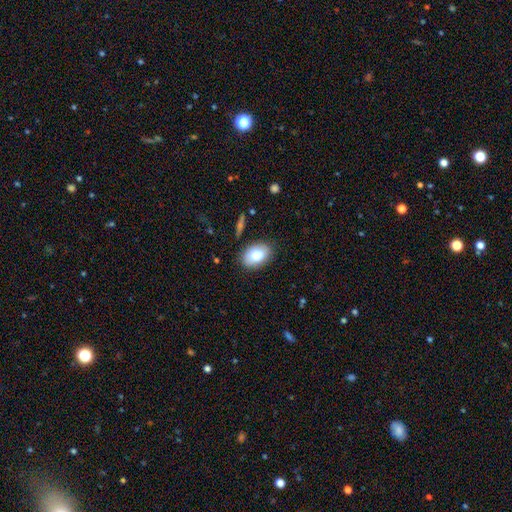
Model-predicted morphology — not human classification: This appears to be a smooth galaxy with no disk features (78%) that is in between round and cigar-shaped (85%). Merging: none (84%).